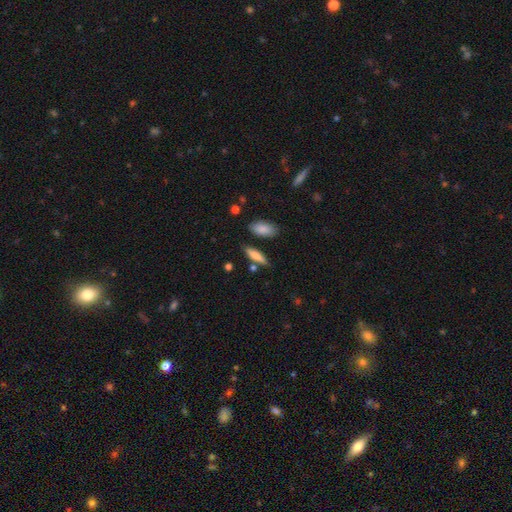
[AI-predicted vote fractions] Q: Smooth or featured?
A: smooth (81%); runner-up: featured or disk (12%)
Q: How rounded?
A: cigar-shaped (62%); runner-up: in between (35%)
Q: Merging?
A: none (76%); runner-up: minor disturbance (13%)